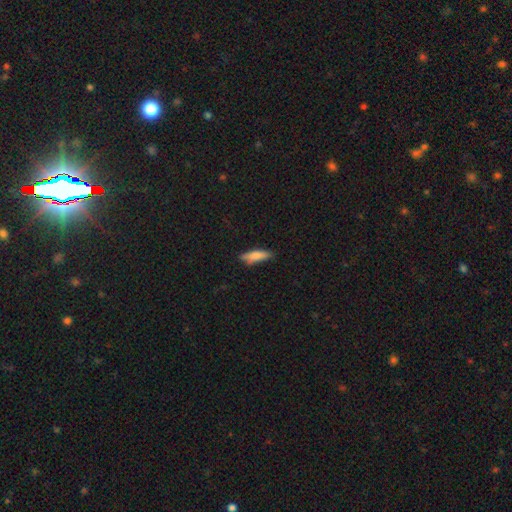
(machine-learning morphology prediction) This appears to be a smooth galaxy with no disk features (80%) that is cigar-shaped (61%). Merging: none (78%).